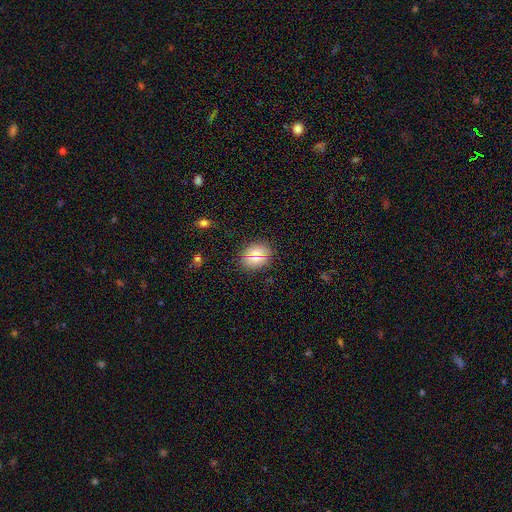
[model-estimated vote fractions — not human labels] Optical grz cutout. It shows a smooth galaxy with no disk features (71%) that is round (55%). Merging: none (86%).